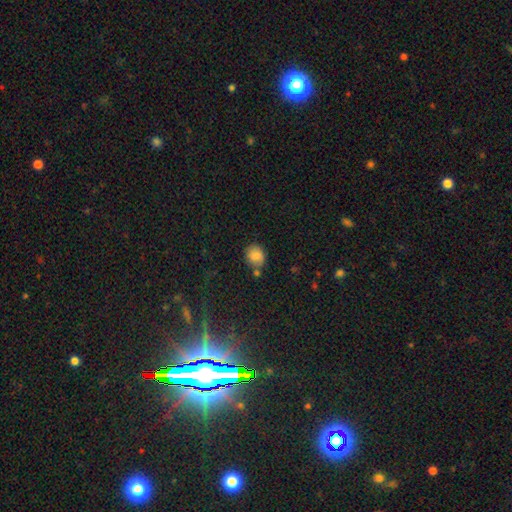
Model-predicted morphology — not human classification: Smooth or featured?
  - smooth: 84% *
  - star or artifact: 10%
  - featured or disk: 6%
How rounded?
  - round: 67% *
  - in between: 32%
  - cigar-shaped: 1%
Merging?
  - none: 65% *
  - minor disturbance: 19%
  - merger: 12%
  - major disturbance: 5%